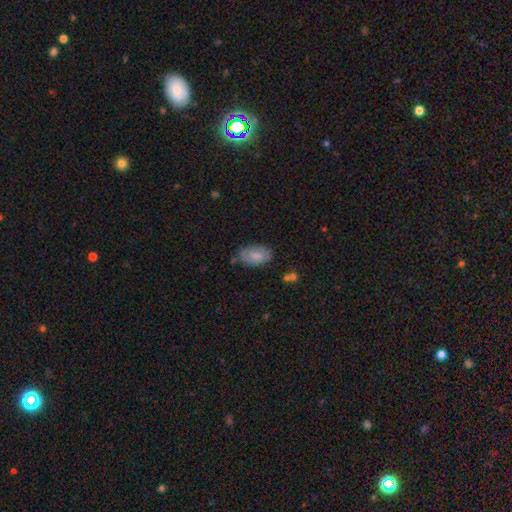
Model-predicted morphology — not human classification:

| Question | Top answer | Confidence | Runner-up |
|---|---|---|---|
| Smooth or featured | smooth | 82% | featured or disk (12%) |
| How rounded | in between | 94% | round (4%) |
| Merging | none | 75% | minor disturbance (18%) |